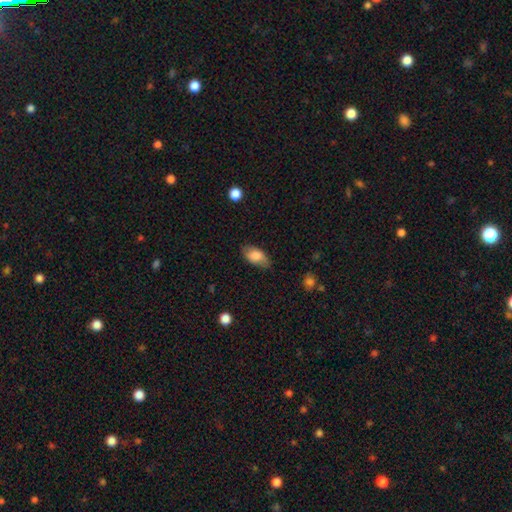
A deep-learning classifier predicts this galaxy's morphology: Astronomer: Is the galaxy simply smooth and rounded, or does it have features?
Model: smooth — 80%.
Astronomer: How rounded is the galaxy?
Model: in between — 91%.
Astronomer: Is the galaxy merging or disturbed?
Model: none — 74%.